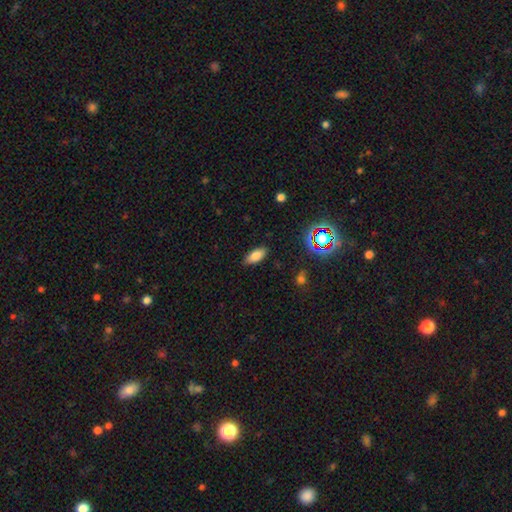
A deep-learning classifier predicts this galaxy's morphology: Overall: smooth (78%). How rounded: in between (86%). Merging: none (86%).